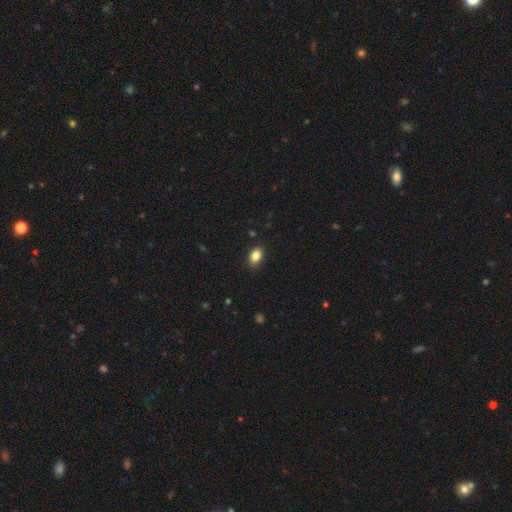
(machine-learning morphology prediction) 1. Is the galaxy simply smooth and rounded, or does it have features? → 85% smooth, 9% star or artifact, 6% featured or disk.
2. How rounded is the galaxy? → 85% in between, 14% round, 2% cigar-shaped.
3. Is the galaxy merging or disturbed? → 86% none, 11% minor disturbance, 2% major disturbance, 1% merger.